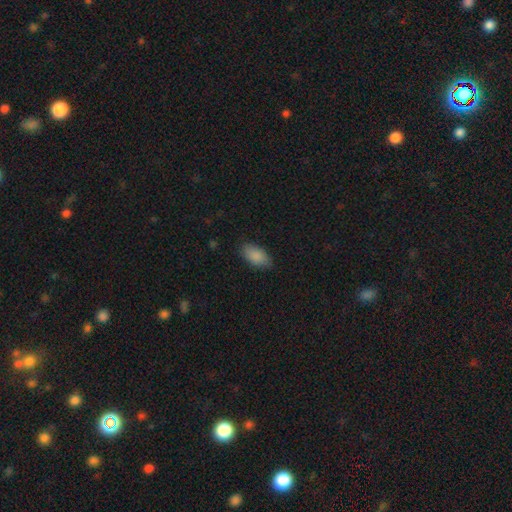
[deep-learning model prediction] Morphology: type=smooth (88%); roundness=in between (93%); merging=none (83%).